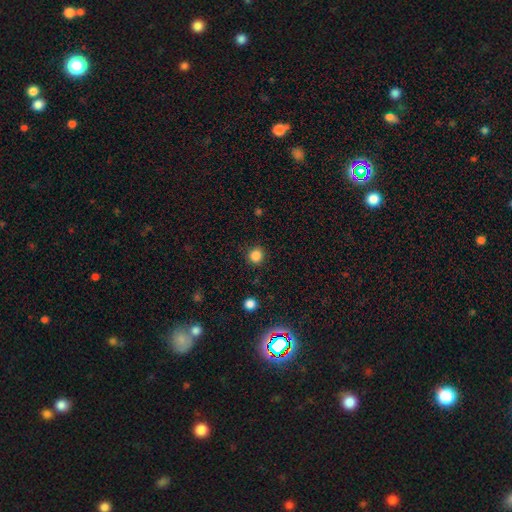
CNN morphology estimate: Overall: smooth (84%). How rounded: round (93%). Merging: none (90%).